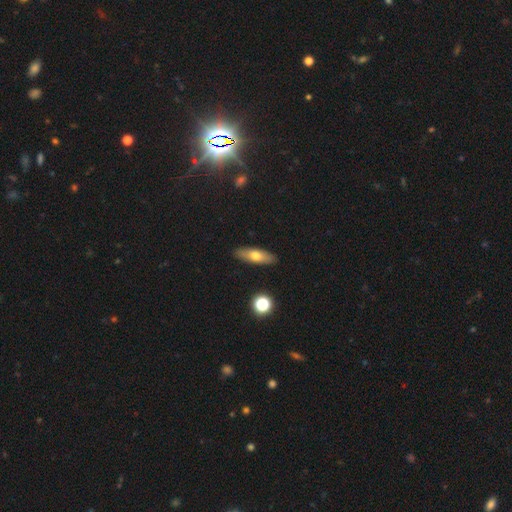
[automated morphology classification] This appears to be a smooth galaxy with no disk features (62%) that is in between round and cigar-shaped (48%, tied with cigar-shaped). Merging: none (89%).